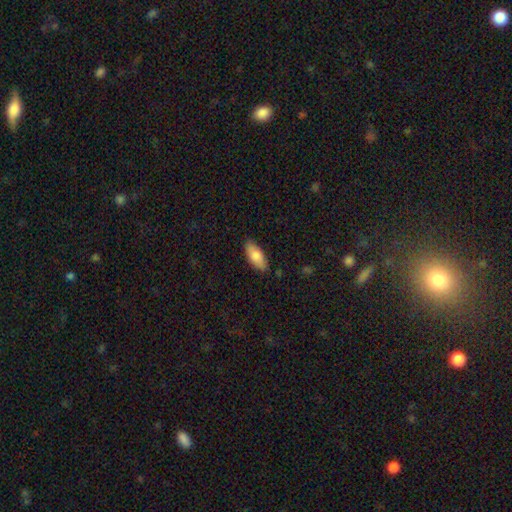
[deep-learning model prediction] This appears to be a smooth galaxy with no disk features (82%) that is in between round and cigar-shaped (84%). Merging: none (84%).